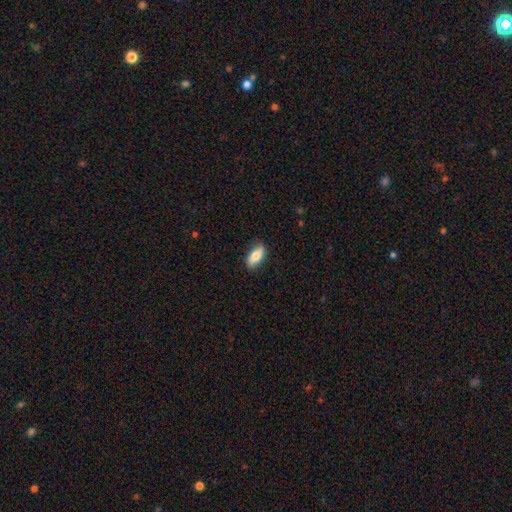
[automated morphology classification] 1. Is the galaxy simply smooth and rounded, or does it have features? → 77% smooth, 17% featured or disk, 6% star or artifact.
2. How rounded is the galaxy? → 84% in between, 13% cigar-shaped, 3% round.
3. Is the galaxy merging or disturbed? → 84% none, 12% minor disturbance, 2% major disturbance, 1% merger.